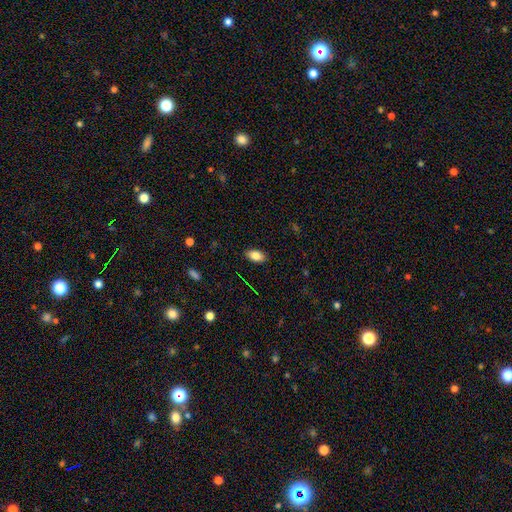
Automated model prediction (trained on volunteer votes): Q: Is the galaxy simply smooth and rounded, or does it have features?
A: smooth — 84%.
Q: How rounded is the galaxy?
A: in between — 91%.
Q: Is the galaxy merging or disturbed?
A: none — 88%.